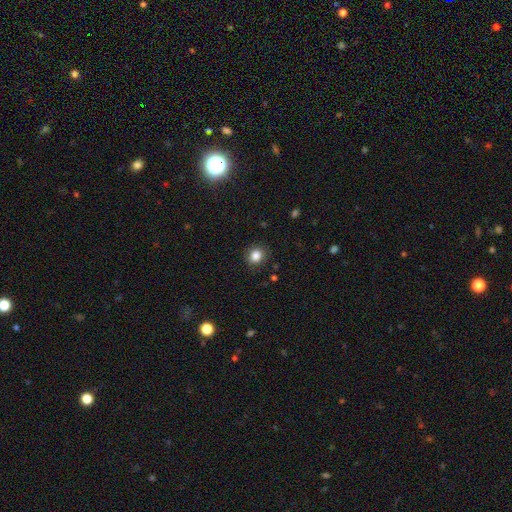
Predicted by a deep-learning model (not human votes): Smooth or featured?
  - smooth: 84% *
  - star or artifact: 11%
  - featured or disk: 5%
How rounded?
  - round: 83% *
  - in between: 17%
  - cigar-shaped: 1%
Merging?
  - none: 87% *
  - minor disturbance: 9%
  - major disturbance: 3%
  - merger: 1%